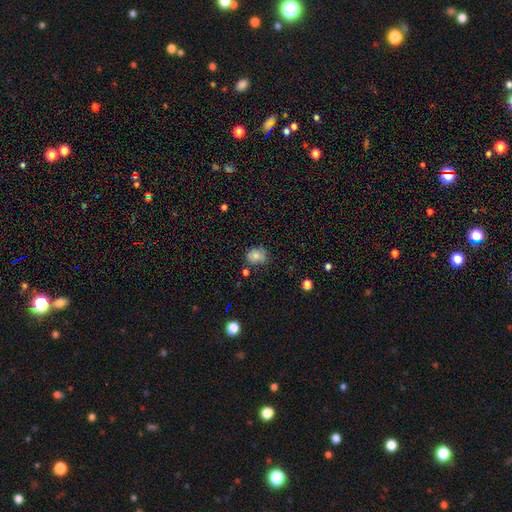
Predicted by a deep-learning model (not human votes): A smooth galaxy with no disk features (79%) that is round (59%).

Vote fractions:
- Smooth or featured? smooth: 79% / star or artifact: 11% / featured or disk: 9%
- How rounded? round: 59% / in between: 40% / cigar-shaped: 1%
- Merging? none: 64% / minor disturbance: 24% / major disturbance: 6% / merger: 5%